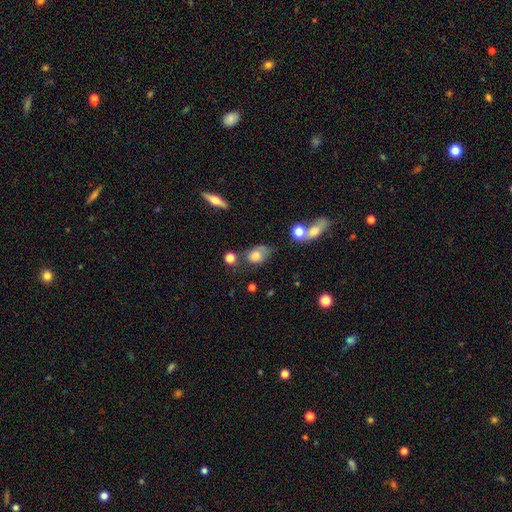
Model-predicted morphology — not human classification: smooth 72%, featured or disk 18%, star or artifact 11%. Down the decision tree: how rounded — in between (66%); merging — none (36%).